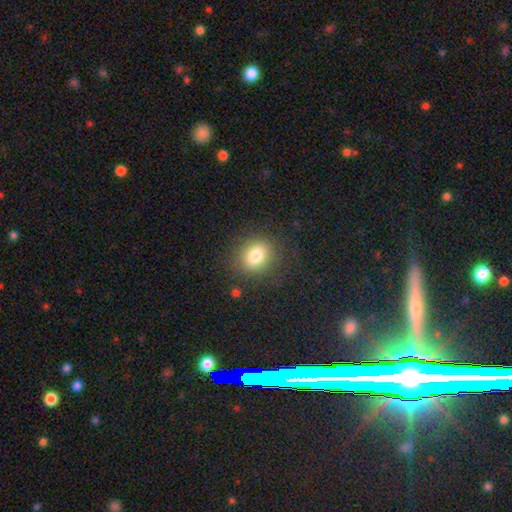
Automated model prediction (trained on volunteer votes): Smooth or featured? Predicted: smooth (p=0.81). How rounded? Predicted: round (p=0.55). Merging? Predicted: none (p=0.85).